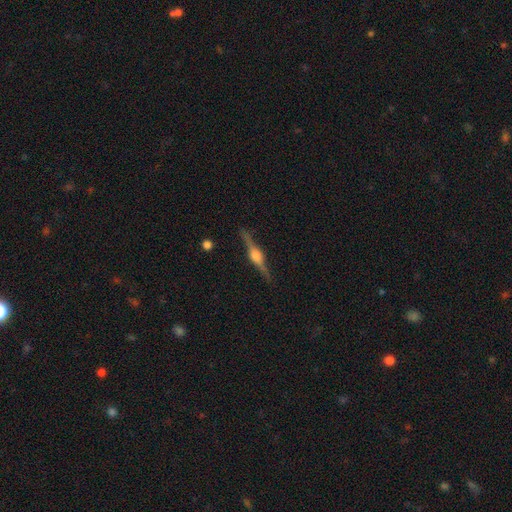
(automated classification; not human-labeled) Smooth or featured? Predicted: featured or disk (p=0.86). Edge-on disk? Predicted: yes (p=0.98). Edge-on bulge? Predicted: rounded (p=0.89). Merging? Predicted: none (p=0.90).